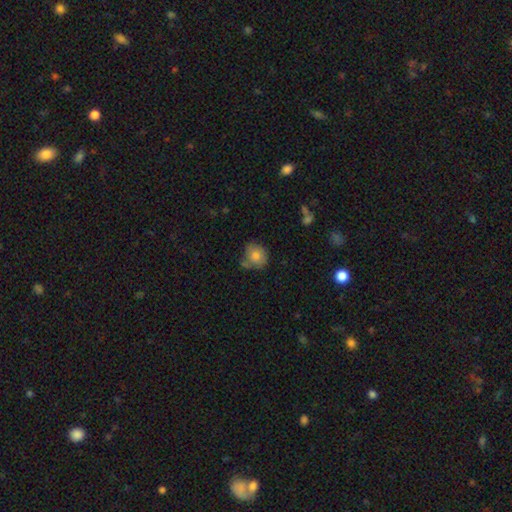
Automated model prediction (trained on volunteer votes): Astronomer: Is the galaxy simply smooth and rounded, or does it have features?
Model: smooth — 79%.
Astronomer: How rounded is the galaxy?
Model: round — 76%.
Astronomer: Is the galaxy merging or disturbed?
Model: none — 61%.